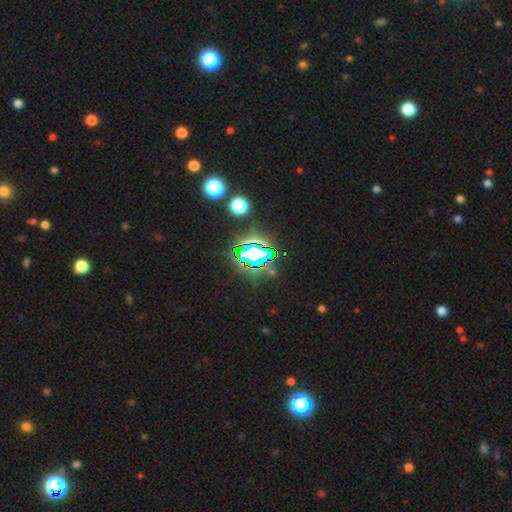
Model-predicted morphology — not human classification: Q: Smooth or featured?
A: star or artifact (73%); runner-up: smooth (15%)